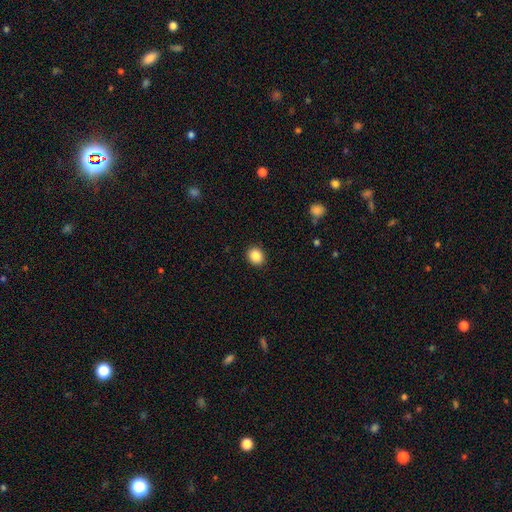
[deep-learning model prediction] This appears to be a smooth galaxy with no disk features (88%) that is round (69%). Merging: none (91%).